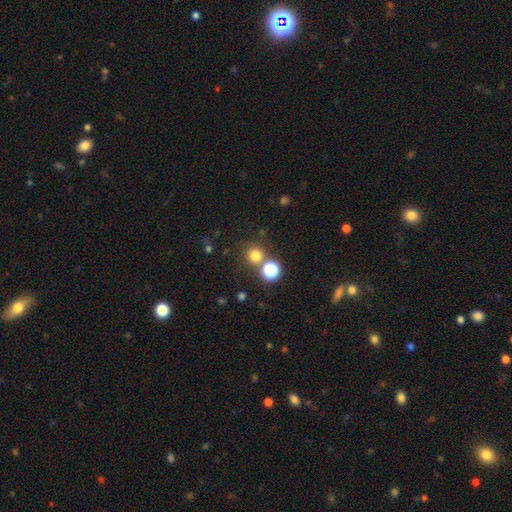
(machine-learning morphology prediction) Smooth or featured? Predicted: smooth (p=0.75). How rounded? Predicted: round (p=0.93). Merging? Predicted: none (p=0.74).